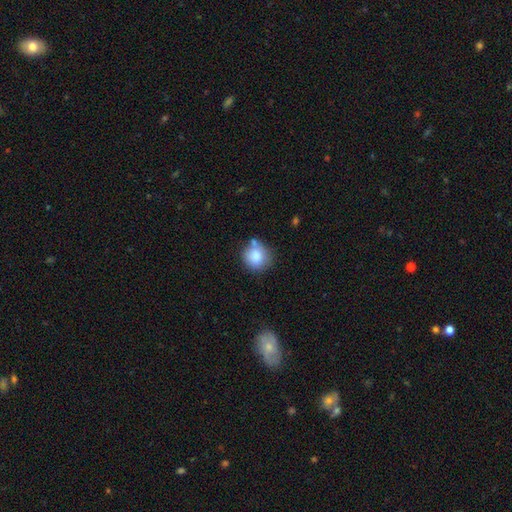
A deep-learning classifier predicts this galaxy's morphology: Smooth or featured: smooth — 83% (star or artifact — 9%)
How rounded: round — 86% (in between — 13%)
Merging: none — 63% (minor disturbance — 18%)